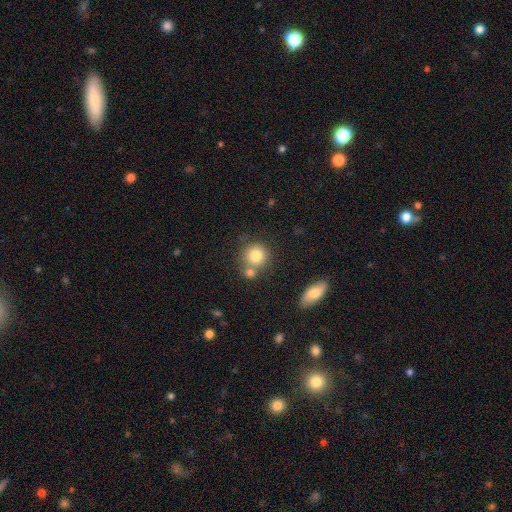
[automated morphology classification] A smooth galaxy with no disk features (80%) that is round (88%).

Vote fractions:
- Smooth or featured? smooth: 80% / featured or disk: 10% / star or artifact: 9%
- How rounded? round: 88% / in between: 11% / cigar-shaped: 1%
- Merging? none: 57% / merger: 30% / minor disturbance: 10% / major disturbance: 3%